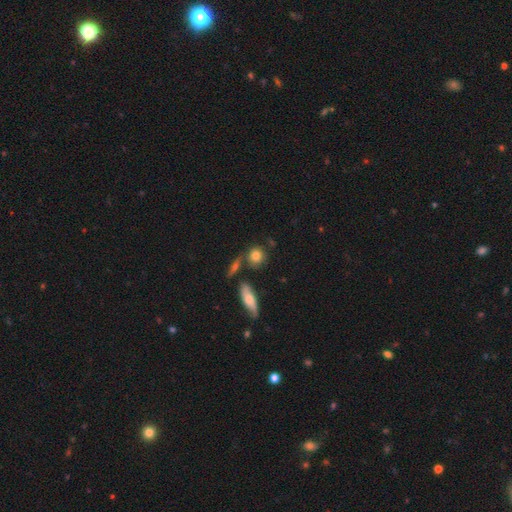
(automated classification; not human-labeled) The model was most divided on "merging": none: 63%, merger: 18%, minor disturbance: 14%, major disturbance: 5%. More confident: smooth or featured — smooth (78%); how rounded — round (78%).